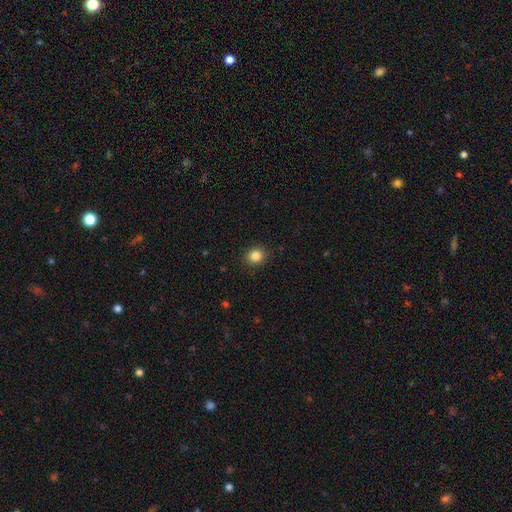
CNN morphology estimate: A smooth galaxy with no disk features (85%) that is round (76%).

Vote fractions:
- Smooth or featured? smooth: 85% / star or artifact: 10% / featured or disk: 5%
- How rounded? round: 76% / in between: 23% / cigar-shaped: 1%
- Merging? none: 90% / minor disturbance: 7% / major disturbance: 2% / merger: 1%